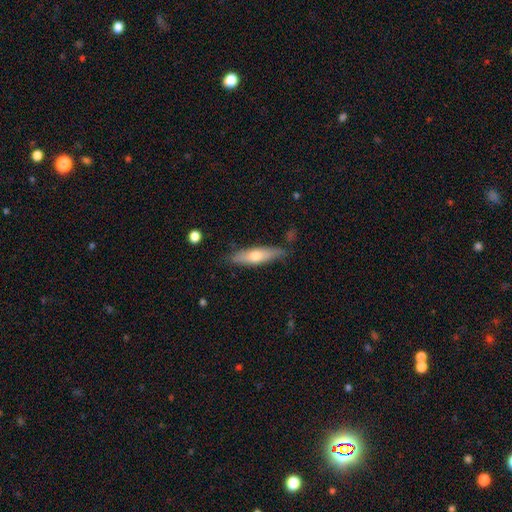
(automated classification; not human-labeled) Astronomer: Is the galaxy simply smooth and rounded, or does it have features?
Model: smooth — 59% (runner-up: featured or disk, 35%).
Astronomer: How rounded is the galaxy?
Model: cigar-shaped — 62%.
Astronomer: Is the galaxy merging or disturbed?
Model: none — 77%.